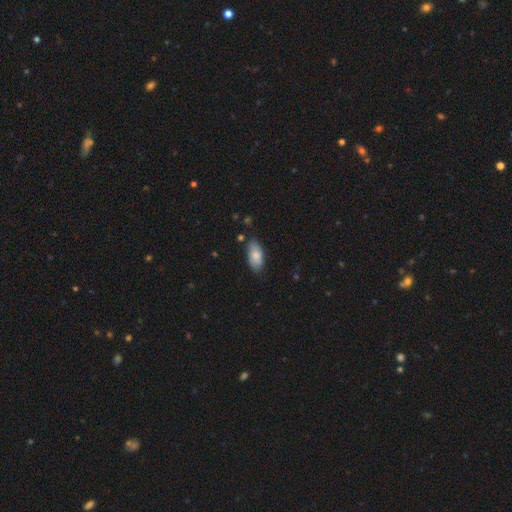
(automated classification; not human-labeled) This appears to be a smooth galaxy with no disk features (79%) that is in between round and cigar-shaped (92%). Merging: none (73%).